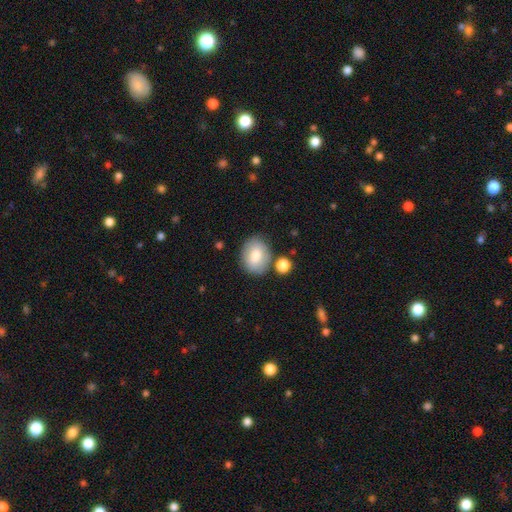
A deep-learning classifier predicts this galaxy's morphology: The model was most divided on "how rounded": in between: 58%, round: 41%, cigar-shaped: 1%. More confident: smooth or featured — smooth (78%); merging — none (75%).